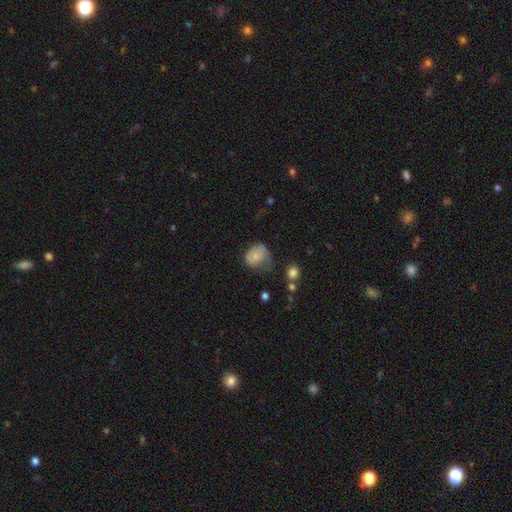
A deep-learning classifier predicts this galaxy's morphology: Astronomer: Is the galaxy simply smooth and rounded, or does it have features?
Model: smooth — 68%.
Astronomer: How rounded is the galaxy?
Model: round — 53% (runner-up: in between, 46%).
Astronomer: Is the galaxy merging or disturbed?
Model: minor disturbance — 38% (runner-up: none, 33%).